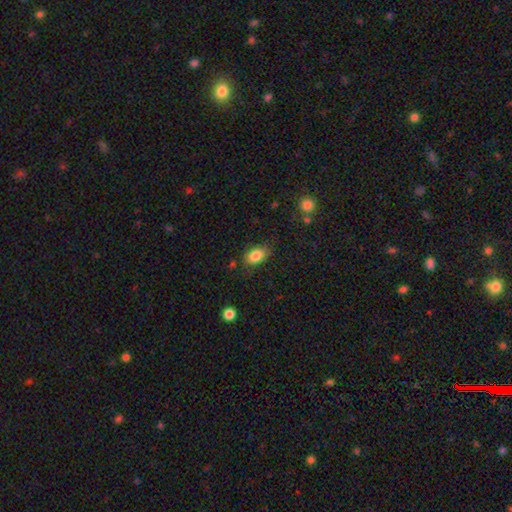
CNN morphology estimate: smooth_or_featured: smooth (p=0.84) [alt: featured or disk p=0.08]
how_rounded: in between (p=0.89) [alt: round p=0.09]
merging: none (p=0.76) [alt: minor disturbance p=0.18]